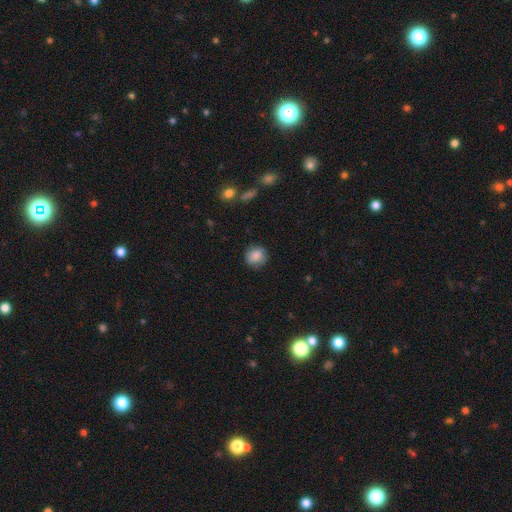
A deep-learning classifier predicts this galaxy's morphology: Smooth or featured: smooth — 85% (star or artifact — 8%)
How rounded: round — 80% (in between — 19%)
Merging: none — 83% (minor disturbance — 13%)